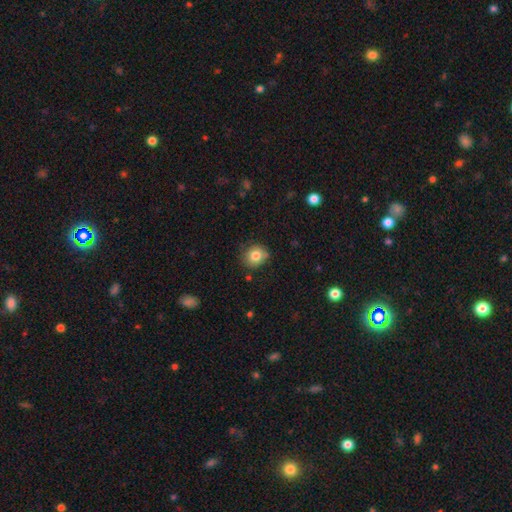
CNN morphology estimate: smooth 81%, star or artifact 10%, featured or disk 9%. Down the decision tree: how rounded — round (81%); merging — none (79%).